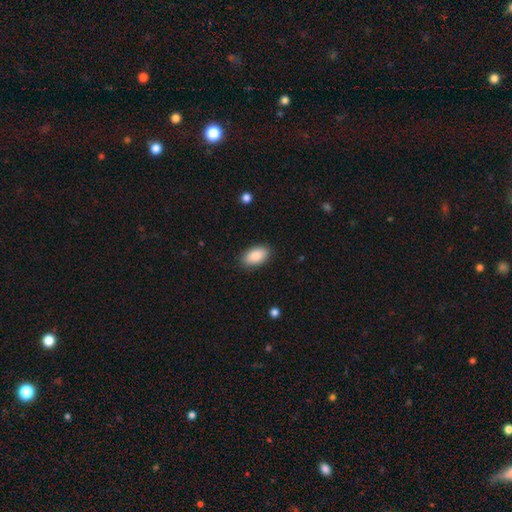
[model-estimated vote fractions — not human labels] Smooth or featured?
  - smooth: 87% *
  - featured or disk: 7%
  - star or artifact: 6%
How rounded?
  - in between: 94% *
  - round: 4%
  - cigar-shaped: 2%
Merging?
  - none: 87% *
  - minor disturbance: 9%
  - major disturbance: 2%
  - merger: 1%